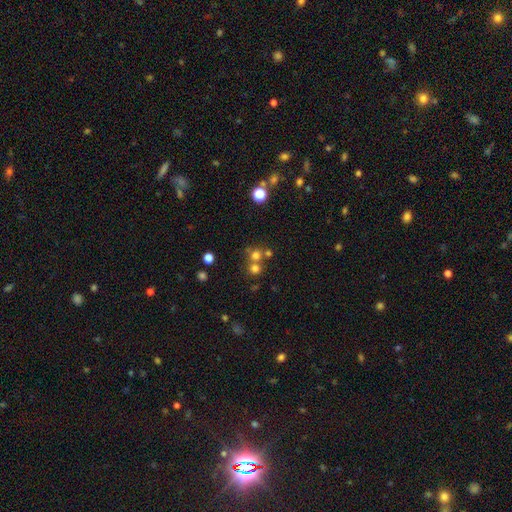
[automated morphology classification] smooth-or-featured: smooth: 68% | star or artifact: 21% | featured or disk: 11%
  how-rounded: round: 89% | in between: 10% | cigar-shaped: 1%
  merging: none: 54% | merger: 37% | minor disturbance: 6% | major disturbance: 3%